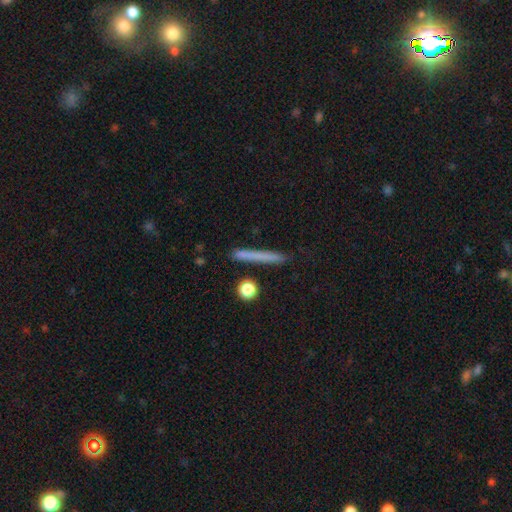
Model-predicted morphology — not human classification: type=smooth (64%); roundness=cigar-shaped (94%); merging=none (87%).